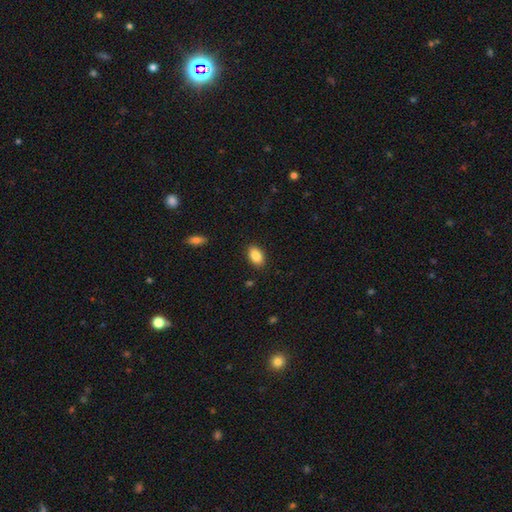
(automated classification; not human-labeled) Smooth or featured? Predicted: smooth (p=0.88). How rounded? Predicted: in between (p=0.90). Merging? Predicted: none (p=0.88).